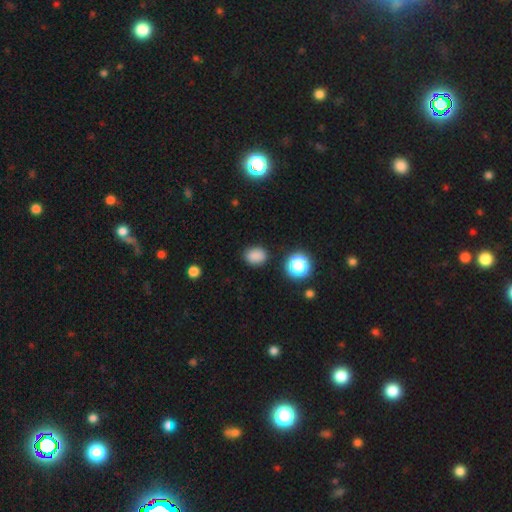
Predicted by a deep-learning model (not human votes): A smooth galaxy with no disk features (84%) that is round (53%). Merging: none (84%).